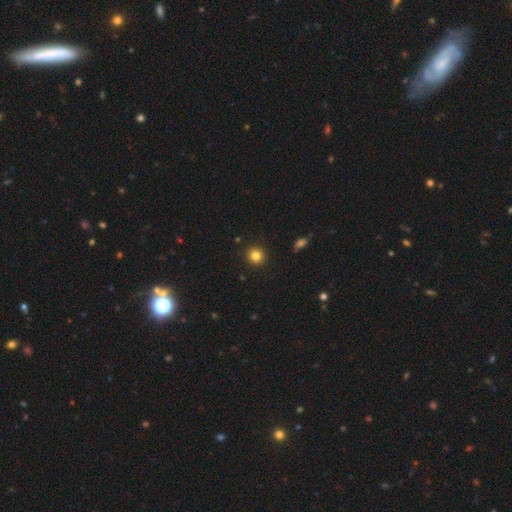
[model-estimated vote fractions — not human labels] Smooth or featured? smooth (83%)
How rounded? round (93%)
Merging? none (92%)